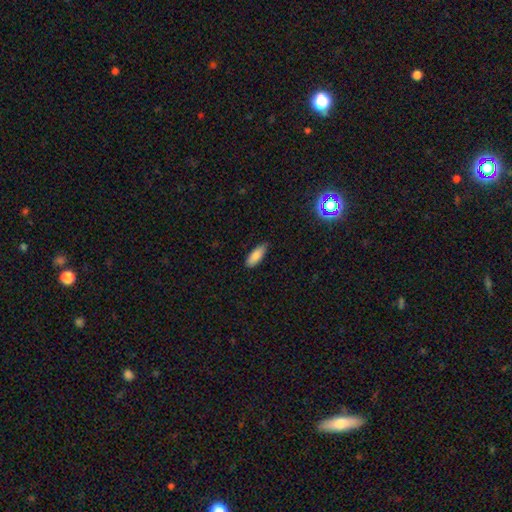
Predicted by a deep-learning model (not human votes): A smooth galaxy with no disk features (85%) that is in between round and cigar-shaped (71%). Merging: none (79%).